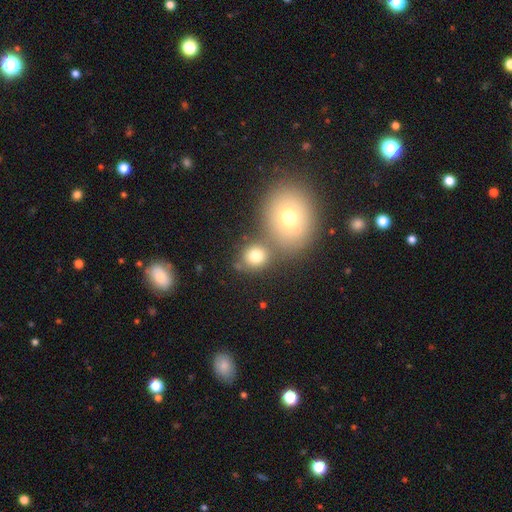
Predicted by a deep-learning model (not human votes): Q: Smooth or featured?
A: smooth (76%); runner-up: star or artifact (13%)
Q: How rounded?
A: round (79%); runner-up: in between (20%)
Q: Merging?
A: none (57%); runner-up: merger (29%)